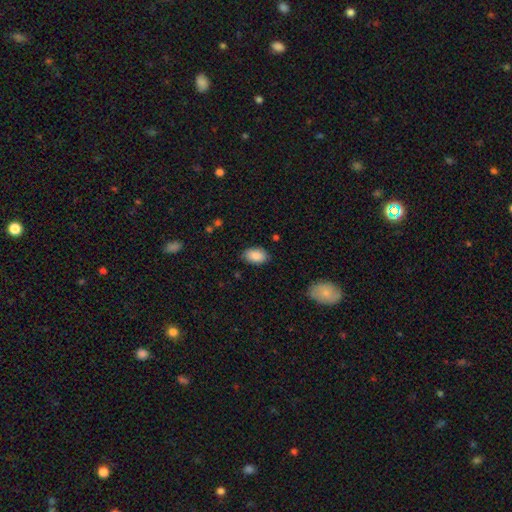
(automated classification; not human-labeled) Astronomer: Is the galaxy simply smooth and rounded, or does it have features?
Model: smooth — 88%.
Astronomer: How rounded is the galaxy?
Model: in between — 92%.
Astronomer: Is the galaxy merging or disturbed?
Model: none — 84%.